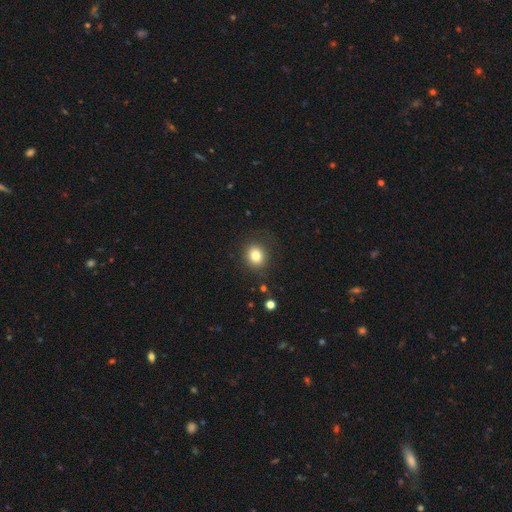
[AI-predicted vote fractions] This is clearly a smooth galaxy (81%). How rounded: likely round (73%). Merging: clearly none (86%).